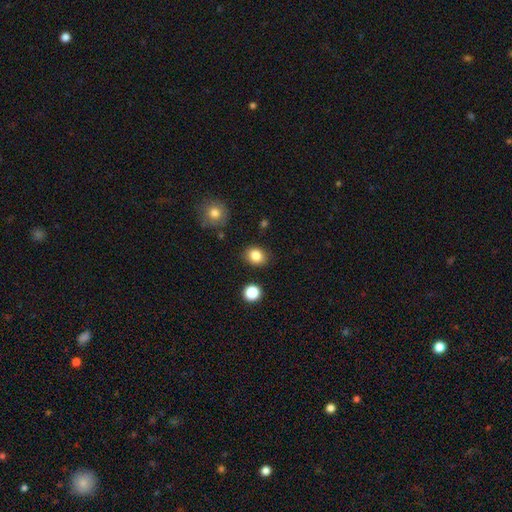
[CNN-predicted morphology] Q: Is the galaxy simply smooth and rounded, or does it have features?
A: smooth — 84%.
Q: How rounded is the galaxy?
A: round — 60%.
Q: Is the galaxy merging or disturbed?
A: none — 85%.